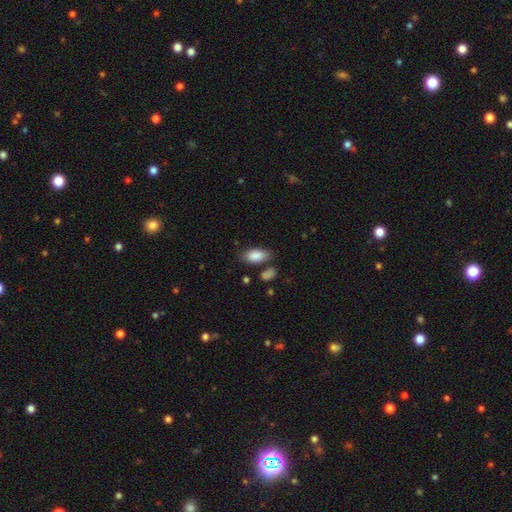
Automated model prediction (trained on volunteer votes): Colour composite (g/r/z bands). It shows a smooth galaxy with no disk features (87%) that is in between round and cigar-shaped (91%). Merging: none (74%).